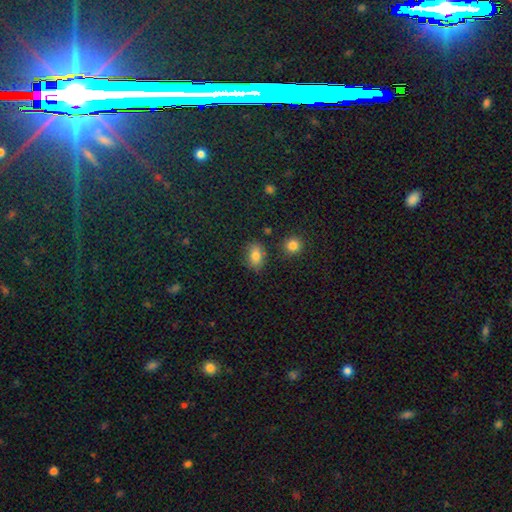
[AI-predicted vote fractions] The model was most divided on "how rounded": in between: 76%, round: 22%, cigar-shaped: 2%. More confident: smooth or featured — smooth (80%); merging — none (79%).